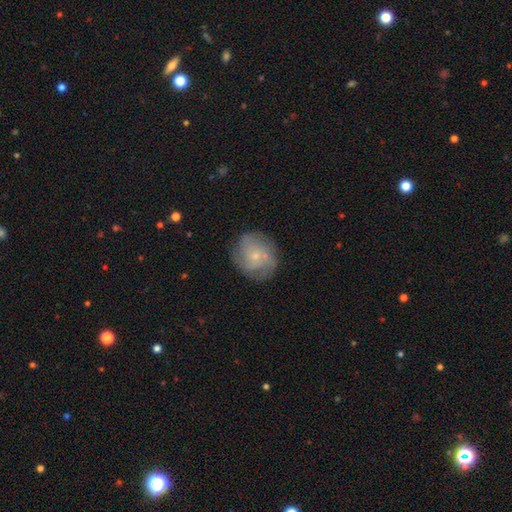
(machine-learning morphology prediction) Q: Smooth or featured?
A: featured or disk (66%); runner-up: smooth (26%)
Q: Edge-on disk?
A: no (98%); runner-up: yes (2%)
Q: Bar?
A: no (81%); runner-up: weak (17%)
Q: Spiral arms?
A: yes (88%); runner-up: no (12%)
Q: Spiral winding?
A: tight (54%); runner-up: medium (34%)
Q: Spiral arm count?
A: can't tell (33%); runner-up: 3 (25%)
Q: Bulge size?
A: small (75%); runner-up: moderate (19%)
Q: Merging?
A: none (76%); runner-up: minor disturbance (16%)